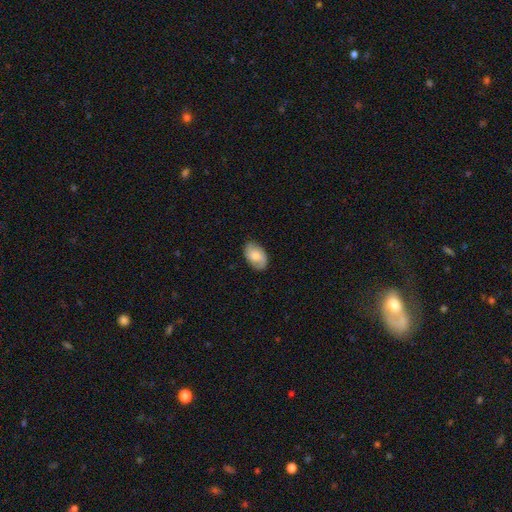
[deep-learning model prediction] This is possibly a smooth galaxy (58%). How rounded: clearly in between (90%). Merging: likely none (79%).